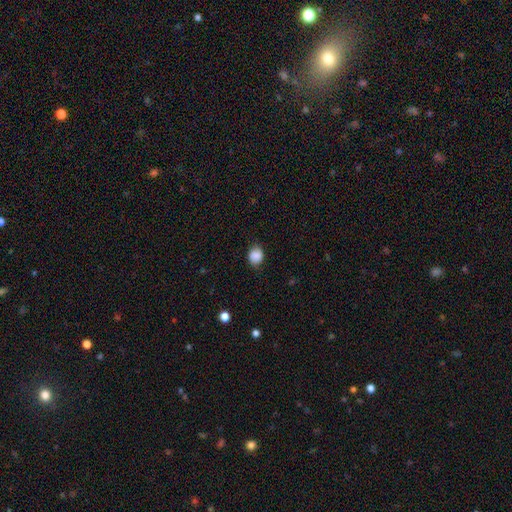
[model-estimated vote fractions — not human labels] Smooth or featured: smooth — 86% (star or artifact — 8%)
How rounded: round — 54% (in between — 45%)
Merging: none — 78% (minor disturbance — 17%)